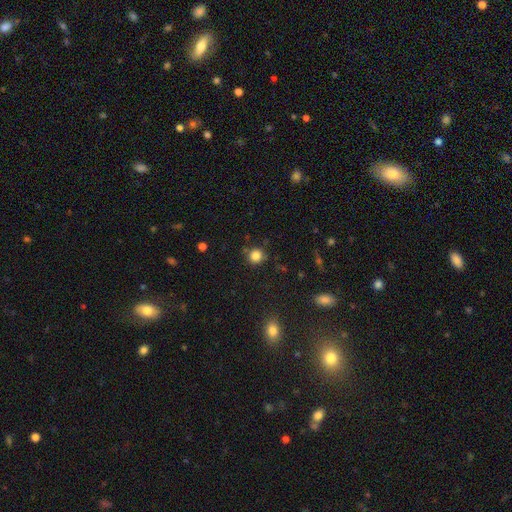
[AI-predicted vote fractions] Overall: smooth (83%). How rounded: round (91%). Merging: none (83%).